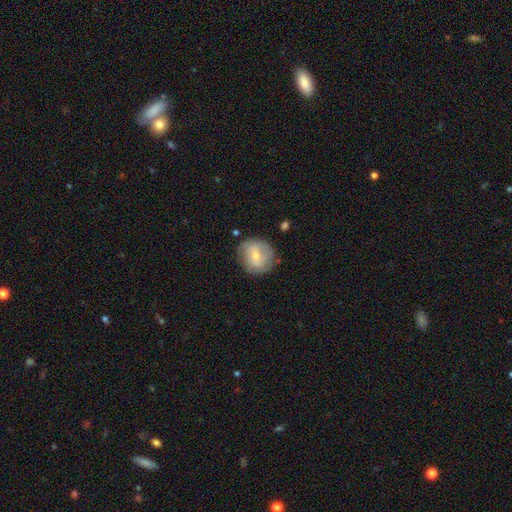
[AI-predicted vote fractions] A smooth galaxy with no disk features (55%) that is round (85%). Merging: none (72%).